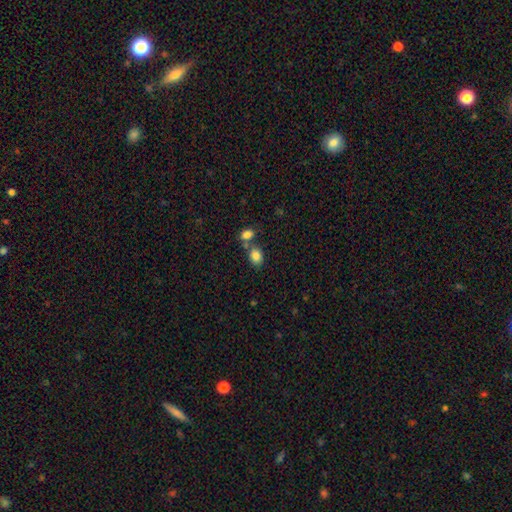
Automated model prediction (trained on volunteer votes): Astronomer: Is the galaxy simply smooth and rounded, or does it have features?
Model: smooth — 84%.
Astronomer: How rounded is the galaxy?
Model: in between — 65%.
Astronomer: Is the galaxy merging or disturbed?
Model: none — 55%.